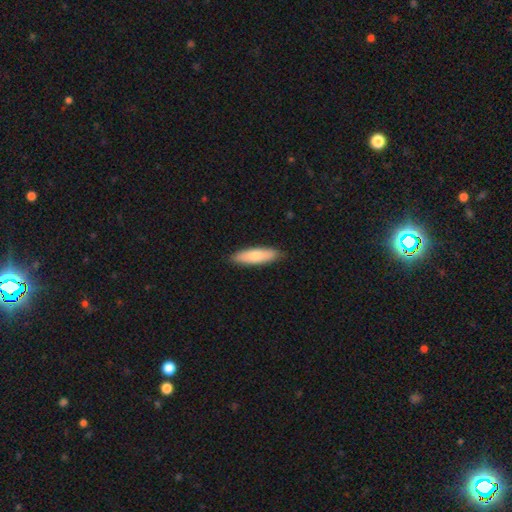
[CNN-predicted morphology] Smooth or featured? smooth (76%)
How rounded? cigar-shaped (56%)
Merging? none (87%)